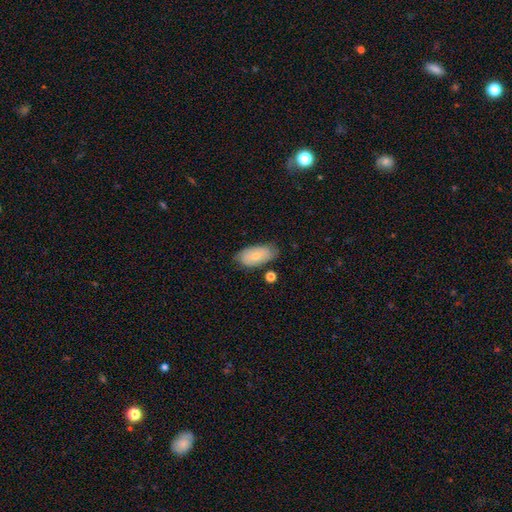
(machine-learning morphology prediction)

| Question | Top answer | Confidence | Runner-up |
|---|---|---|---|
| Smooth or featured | smooth | 73% | featured or disk (21%) |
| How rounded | in between | 93% | round (4%) |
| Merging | none | 70% | minor disturbance (21%) |